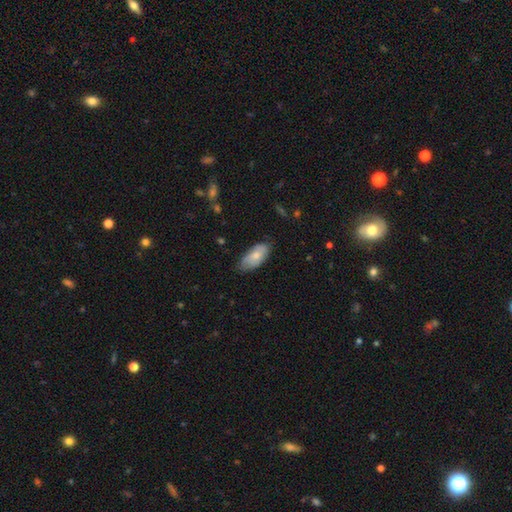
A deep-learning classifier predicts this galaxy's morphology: Overall: smooth (72%). How rounded: in between (91%). Merging: none (68%).